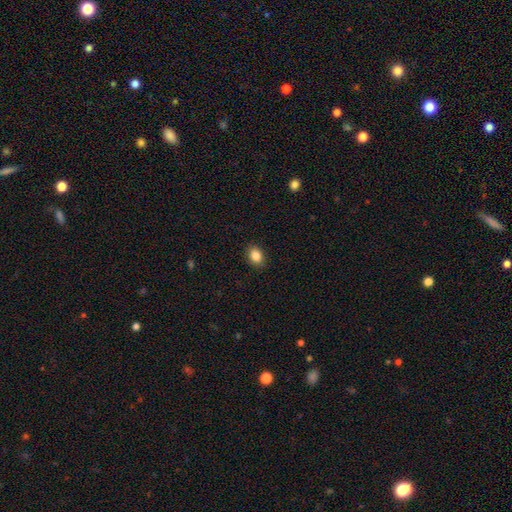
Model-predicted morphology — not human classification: A smooth galaxy with no disk features (86%) that is in between round and cigar-shaped (65%).

Vote fractions:
- Smooth or featured? smooth: 86% / star or artifact: 9% / featured or disk: 5%
- How rounded? in between: 65% / round: 34% / cigar-shaped: 1%
- Merging? none: 89% / minor disturbance: 8% / major disturbance: 2% / merger: 1%